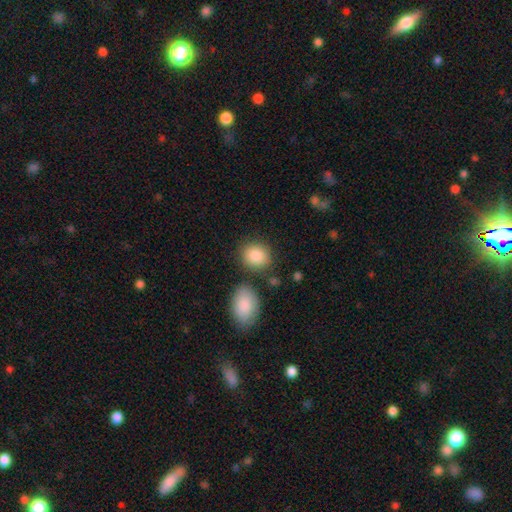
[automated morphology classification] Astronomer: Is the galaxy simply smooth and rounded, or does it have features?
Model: smooth — 87%.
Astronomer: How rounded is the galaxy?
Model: round — 66%.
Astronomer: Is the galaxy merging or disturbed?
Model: none — 75%.